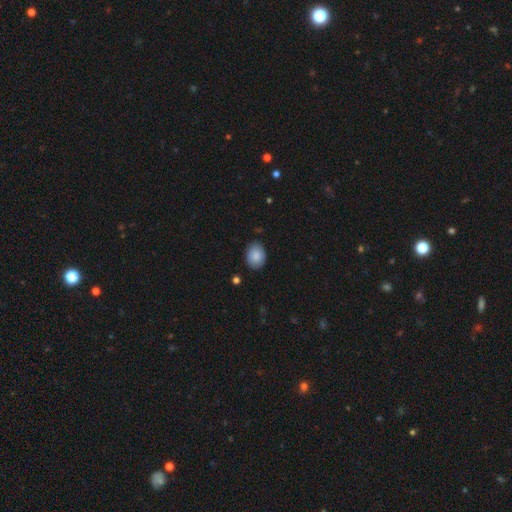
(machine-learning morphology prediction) Smooth or featured? smooth (85%)
How rounded? in between (66%)
Merging? none (85%)